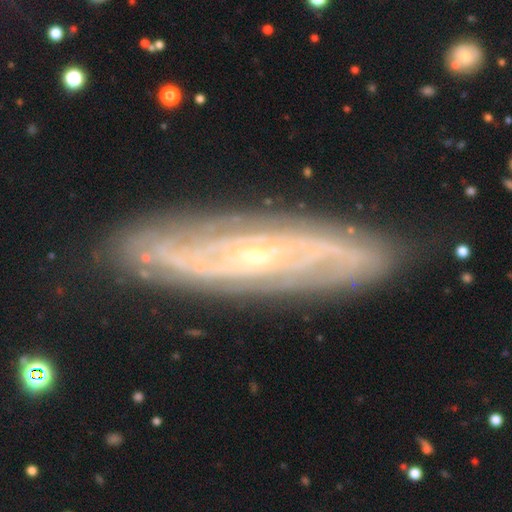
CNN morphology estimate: Smooth or featured?
  - featured or disk: 81% *
  - smooth: 11%
  - star or artifact: 8%
Edge-on disk?
  - no: 71% *
  - yes: 29%
Bar?
  - no: 63% *
  - weak: 28%
  - strong: 9%
Spiral arms?
  - yes: 93% *
  - no: 7%
Spiral winding?
  - tight: 49% *
  - medium: 34%
  - loose: 17%
Spiral arm count?
  - 2: 41% *
  - can't tell: 35%
  - 3: 8%
  - 4: 6%
  - more than 4: 5%
  - 1: 5%
Bulge size?
  - small: 83% *
  - moderate: 13%
  - none: 2%
  - large: 1%
  - dominant: 1%
Merging?
  - none: 86% *
  - minor disturbance: 11%
  - major disturbance: 2%
  - merger: 1%